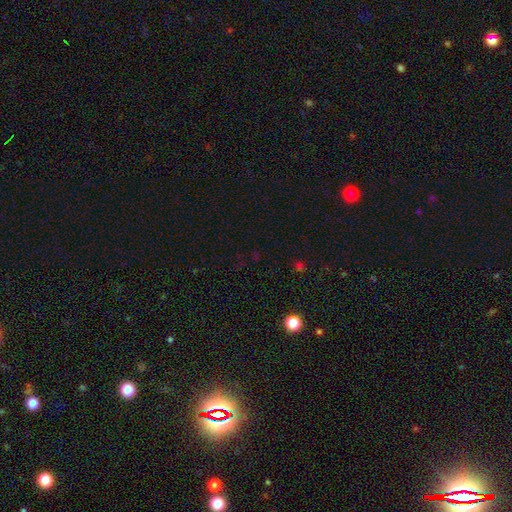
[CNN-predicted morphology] This appears to be a star or artifact, not a galaxy (67%).